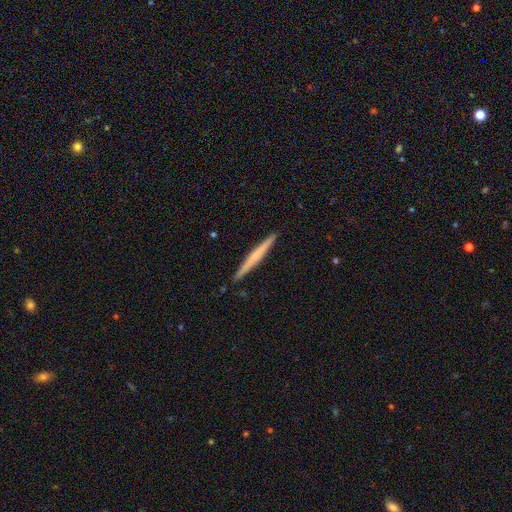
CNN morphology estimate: Q: Smooth or featured?
A: smooth (48%); runner-up: featured or disk (47%)
Q: Merging?
A: none (92%); runner-up: minor disturbance (6%)